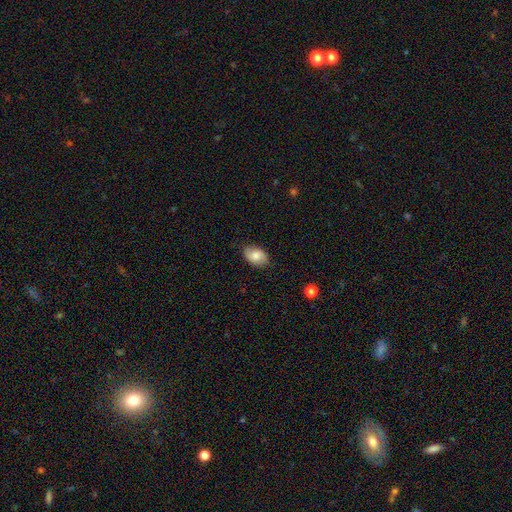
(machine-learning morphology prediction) type=smooth (75%); roundness=in between (90%); merging=none (82%).